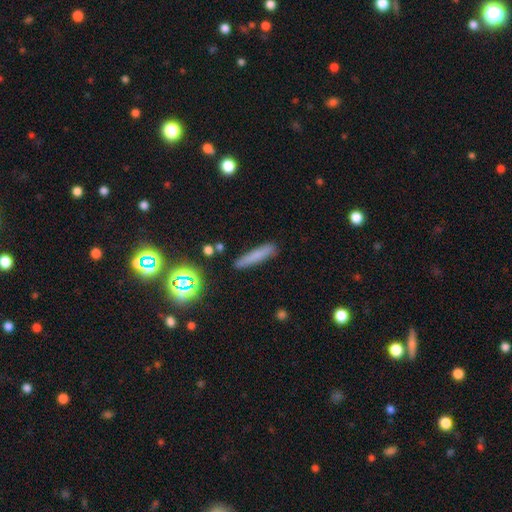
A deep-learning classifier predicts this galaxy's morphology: type=smooth (72%); roundness=cigar-shaped (90%); merging=none (85%).